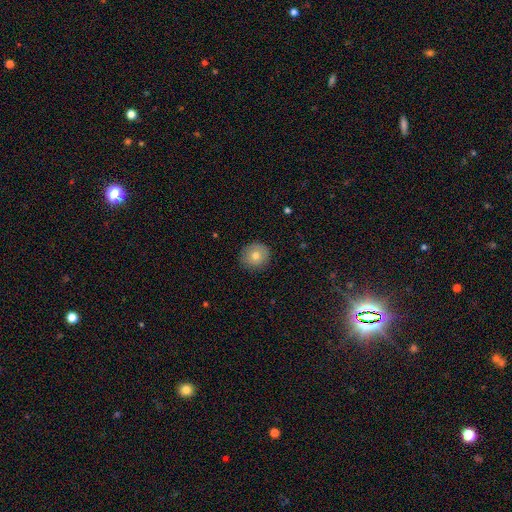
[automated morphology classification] The model was most divided on "smooth or featured": smooth: 73%, featured or disk: 17%, star or artifact: 10%. More confident: how rounded — round (89%); merging — none (87%).